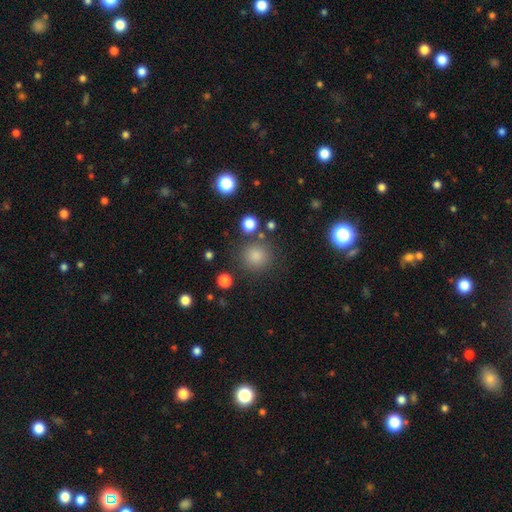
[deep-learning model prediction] smooth 83%, star or artifact 12%, featured or disk 5%. Down the decision tree: how rounded — round (92%); merging — none (83%).